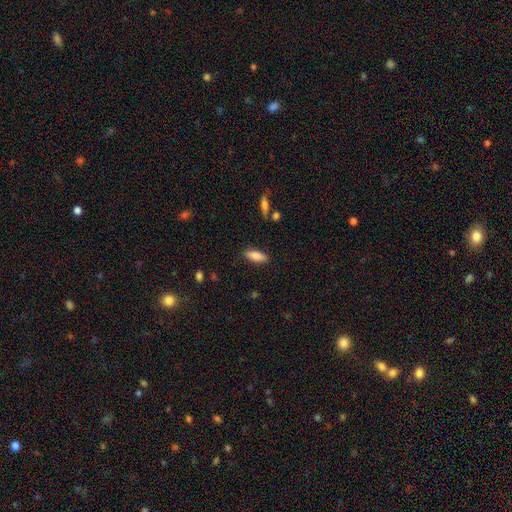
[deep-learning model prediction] Smooth or featured?
  - smooth: 83% *
  - featured or disk: 10%
  - star or artifact: 7%
How rounded?
  - in between: 64% *
  - cigar-shaped: 34%
  - round: 2%
Merging?
  - none: 86% *
  - minor disturbance: 10%
  - major disturbance: 2%
  - merger: 2%